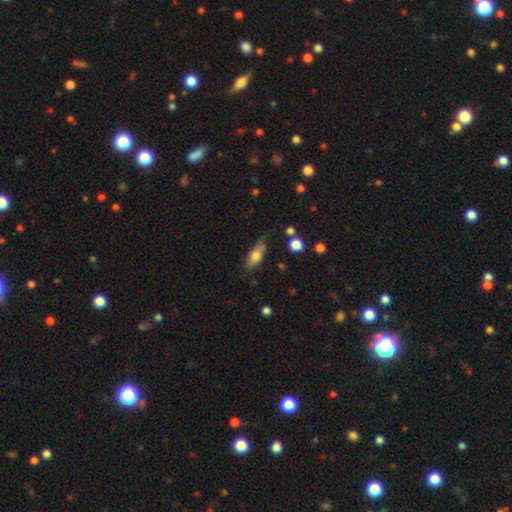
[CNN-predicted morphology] smooth_or_featured: smooth (p=0.69) [alt: featured or disk p=0.24]
how_rounded: in between (p=0.73) [alt: cigar-shaped p=0.23]
merging: none (p=0.64) [alt: minor disturbance p=0.25]